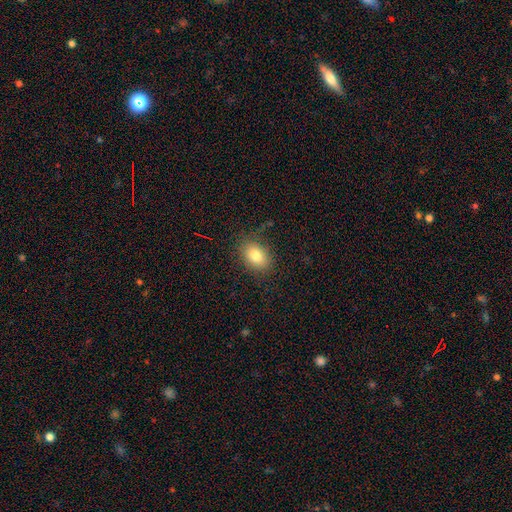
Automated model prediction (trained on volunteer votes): This appears to be a smooth galaxy with no disk features (80%) that is in between round and cigar-shaped (79%). Merging: none (82%).